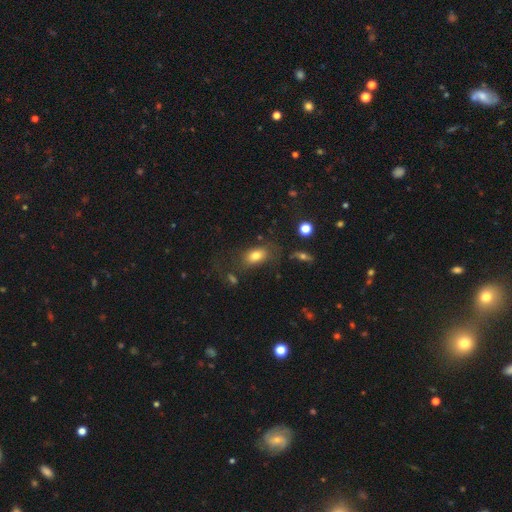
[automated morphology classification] Smooth or featured: smooth — 76% (featured or disk — 14%)
How rounded: in between — 86% (round — 11%)
Merging: none — 63% (minor disturbance — 19%)